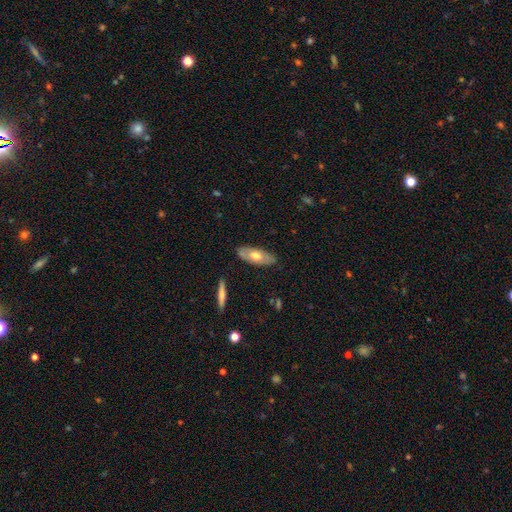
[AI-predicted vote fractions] smooth-or-featured: smooth: 57% | featured or disk: 38% | star or artifact: 6%
  how-rounded: in between: 76% | cigar-shaped: 21% | round: 2%
  merging: none: 81% | minor disturbance: 15% | major disturbance: 2% | merger: 2%